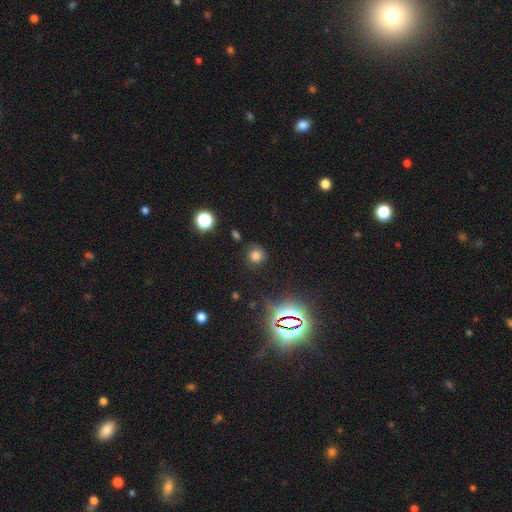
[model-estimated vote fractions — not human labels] This appears to be a smooth galaxy with no disk features (72%) that is round (90%). Merging: none (81%).